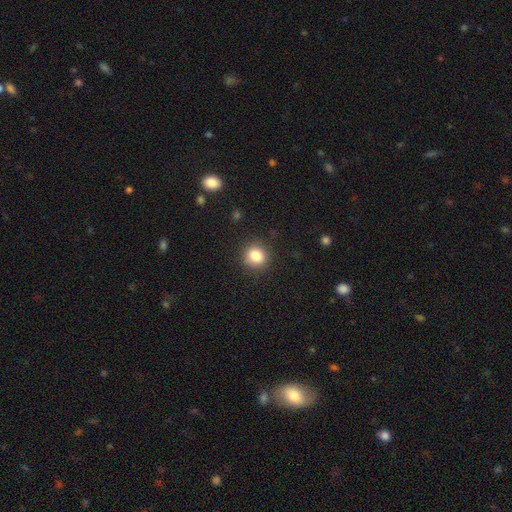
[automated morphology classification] Smooth or featured?
  - smooth: 83% *
  - star or artifact: 11%
  - featured or disk: 6%
How rounded?
  - round: 85% *
  - in between: 15%
  - cigar-shaped: 1%
Merging?
  - none: 88% *
  - minor disturbance: 8%
  - major disturbance: 3%
  - merger: 1%